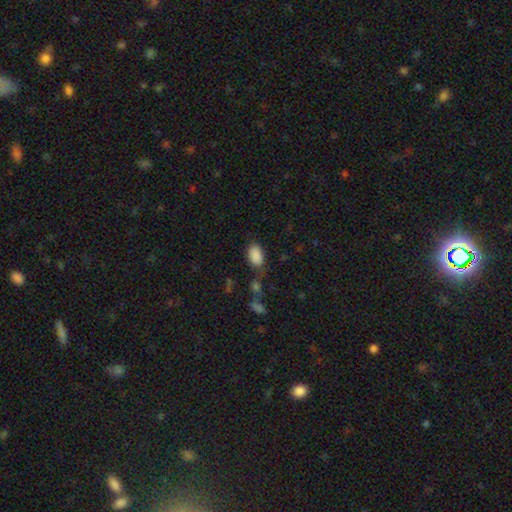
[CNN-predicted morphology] smooth-or-featured: smooth: 88% | star or artifact: 8% | featured or disk: 4%
  how-rounded: in between: 92% | round: 6% | cigar-shaped: 2%
  merging: none: 69% | minor disturbance: 17% | merger: 8% | major disturbance: 6%